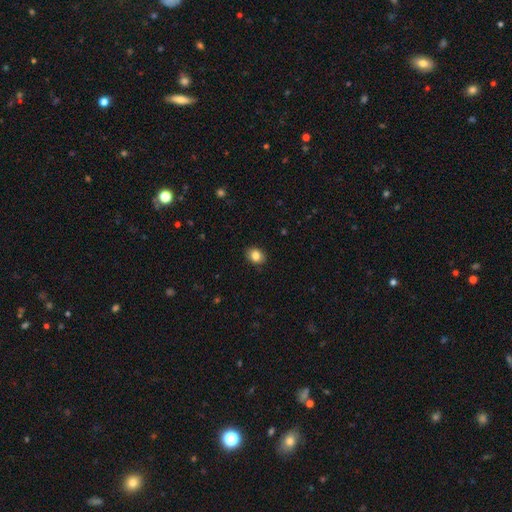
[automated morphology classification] Smooth or featured?
  - smooth: 85% *
  - star or artifact: 9%
  - featured or disk: 6%
How rounded?
  - in between: 53% *
  - round: 46%
  - cigar-shaped: 1%
Merging?
  - none: 89% *
  - minor disturbance: 8%
  - major disturbance: 2%
  - merger: 1%